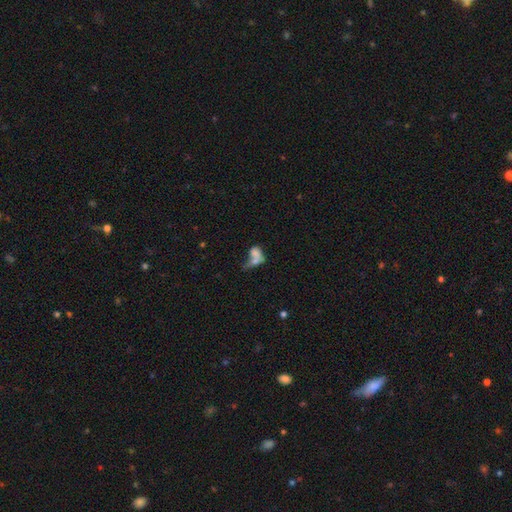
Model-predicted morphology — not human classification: This appears to be a smooth galaxy with no disk features (63%) that is in between round and cigar-shaped (76%). Merging: merger (54%).